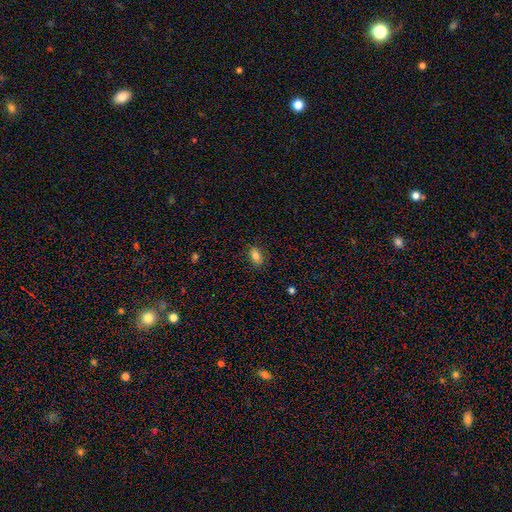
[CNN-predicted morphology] smooth_or_featured: smooth (p=0.81) [alt: star or artifact p=0.10]
how_rounded: in between (p=0.83) [alt: round p=0.15]
merging: none (p=0.85) [alt: minor disturbance p=0.11]